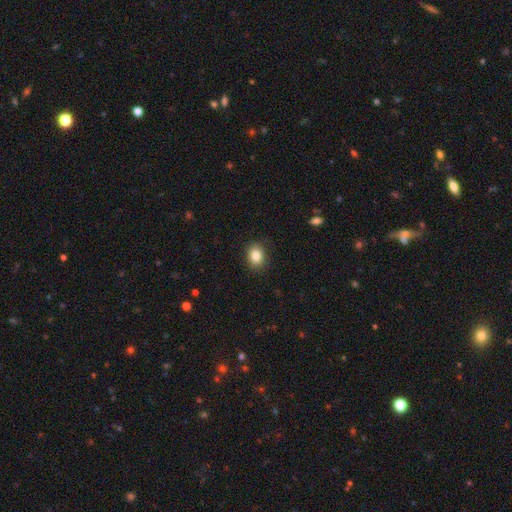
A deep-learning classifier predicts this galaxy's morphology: This is clearly a smooth galaxy (84%). How rounded: possibly in between (58%). Merging: clearly none (87%).